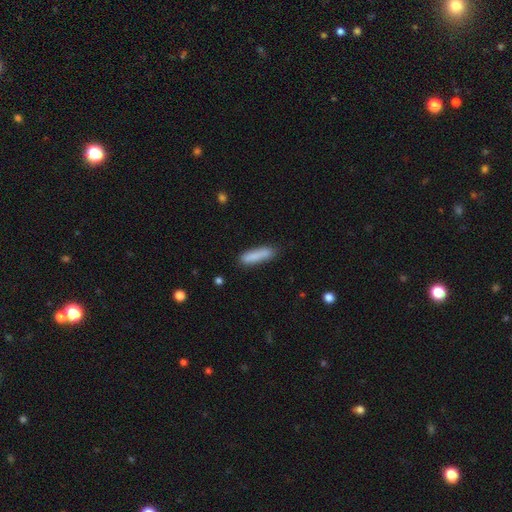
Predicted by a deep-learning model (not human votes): The model was most divided on "how rounded": cigar-shaped: 77%, in between: 21%, round: 1%. More confident: smooth or featured — smooth (85%); merging — none (79%).